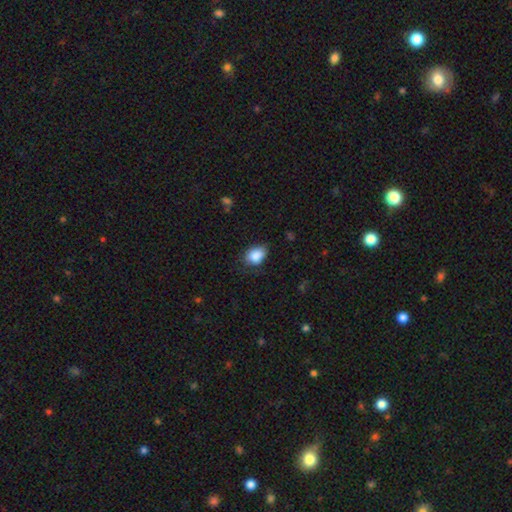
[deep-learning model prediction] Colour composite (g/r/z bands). It shows a smooth galaxy with no disk features (87%) that is in between round and cigar-shaped (76%). Merging: none (66%).